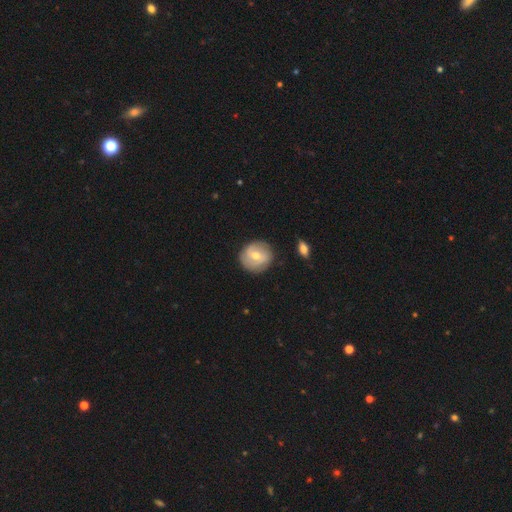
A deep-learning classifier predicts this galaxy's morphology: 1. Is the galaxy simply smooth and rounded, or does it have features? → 51% featured or disk, 41% smooth, 7% star or artifact.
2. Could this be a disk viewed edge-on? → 96% no, 4% yes.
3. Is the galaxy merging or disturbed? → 82% none, 13% minor disturbance, 3% major disturbance, 2% merger.